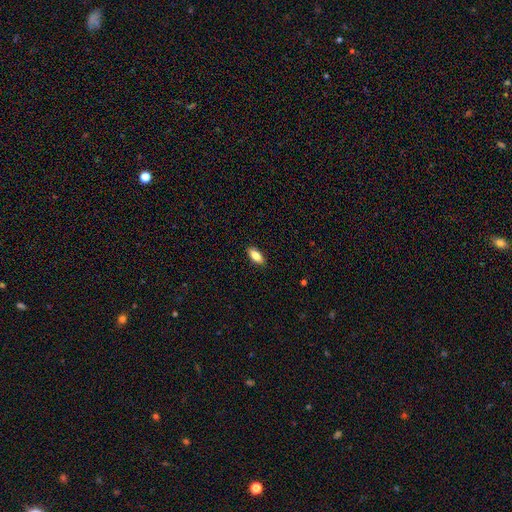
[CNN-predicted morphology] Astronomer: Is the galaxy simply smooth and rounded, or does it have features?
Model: smooth — 84%.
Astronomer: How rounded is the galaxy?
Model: in between — 83%.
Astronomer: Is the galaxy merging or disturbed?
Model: none — 89%.